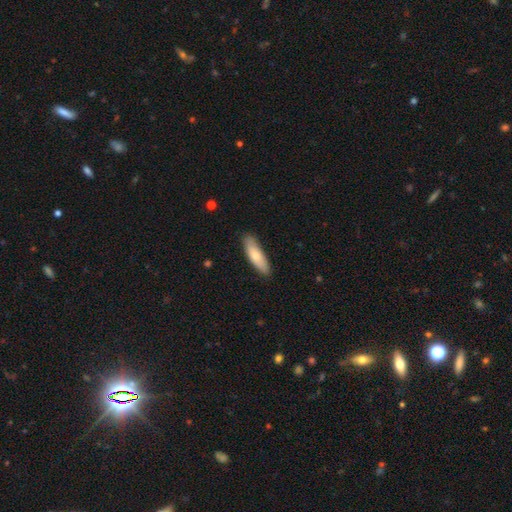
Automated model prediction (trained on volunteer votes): smooth-or-featured: smooth: 76% | featured or disk: 19% | star or artifact: 5%
  how-rounded: cigar-shaped: 55% | in between: 44% | round: 2%
  merging: none: 84% | minor disturbance: 13% | major disturbance: 2% | merger: 1%